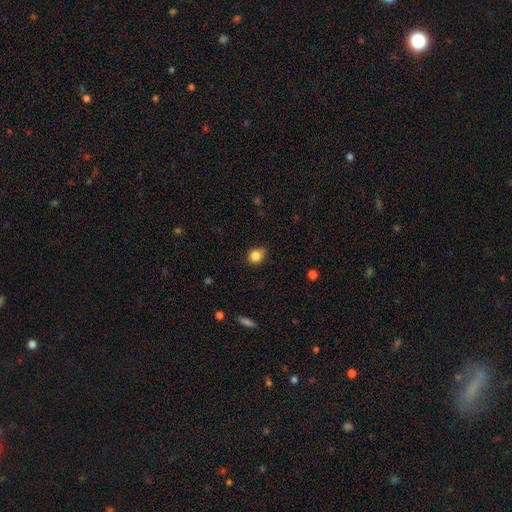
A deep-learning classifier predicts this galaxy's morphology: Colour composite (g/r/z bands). It shows a smooth galaxy with no disk features (84%) that is round (67%). Merging: none (76%).